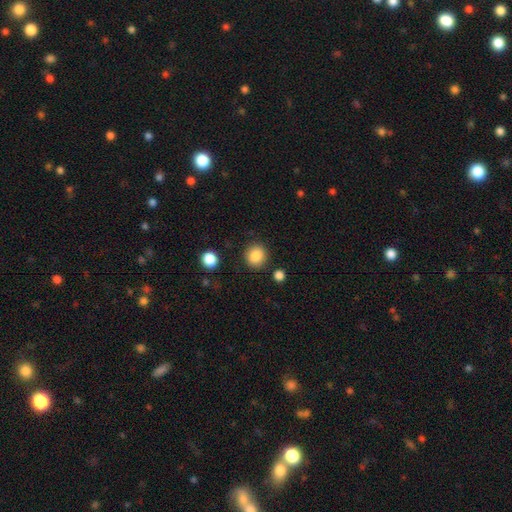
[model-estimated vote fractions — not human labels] smooth_or_featured: smooth (p=0.87) [alt: star or artifact p=0.09]
how_rounded: round (p=0.85) [alt: in between p=0.14]
merging: none (p=0.87) [alt: minor disturbance p=0.08]